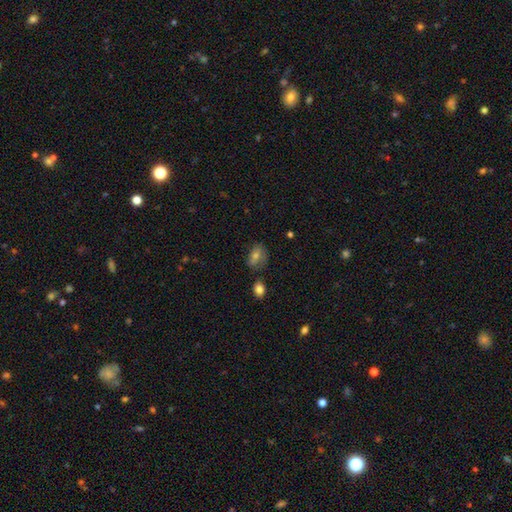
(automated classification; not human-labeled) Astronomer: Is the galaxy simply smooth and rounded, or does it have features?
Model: smooth — 58%.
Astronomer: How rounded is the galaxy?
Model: in between — 71%.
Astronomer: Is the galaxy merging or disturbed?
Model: none — 59%.